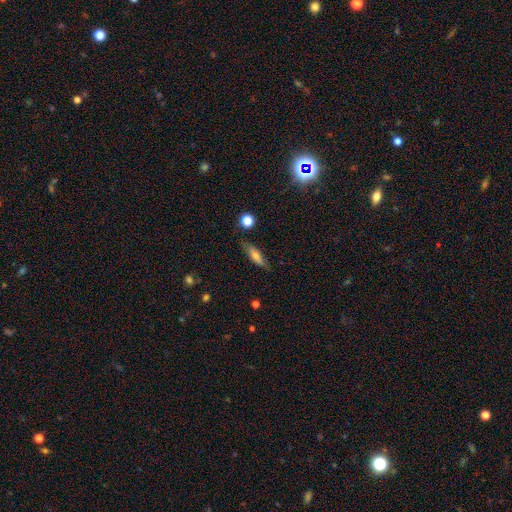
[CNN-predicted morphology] smooth 56%, featured or disk 36%, star or artifact 8%. Down the decision tree: how rounded — cigar-shaped (63%); merging — none (80%).